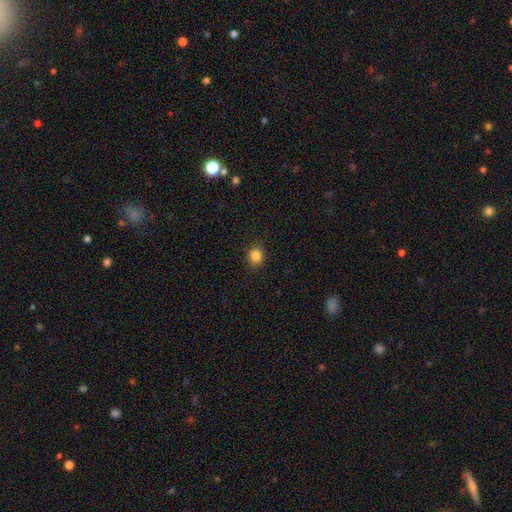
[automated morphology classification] smooth_or_featured: smooth (p=0.85) [alt: star or artifact p=0.11]
how_rounded: round (p=0.79) [alt: in between p=0.20]
merging: none (p=0.90) [alt: minor disturbance p=0.07]